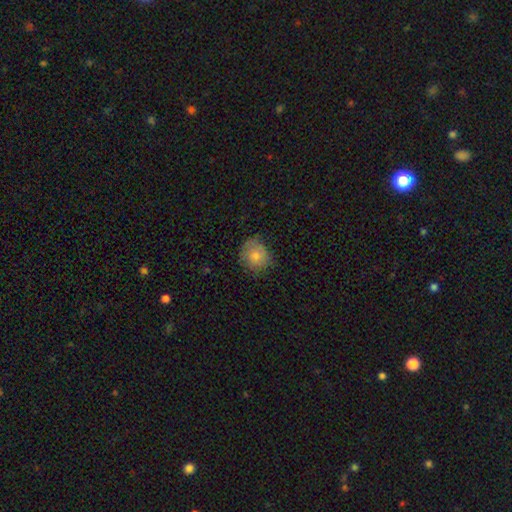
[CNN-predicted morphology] Overall: smooth (75%). How rounded: round (82%). Merging: none (69%).